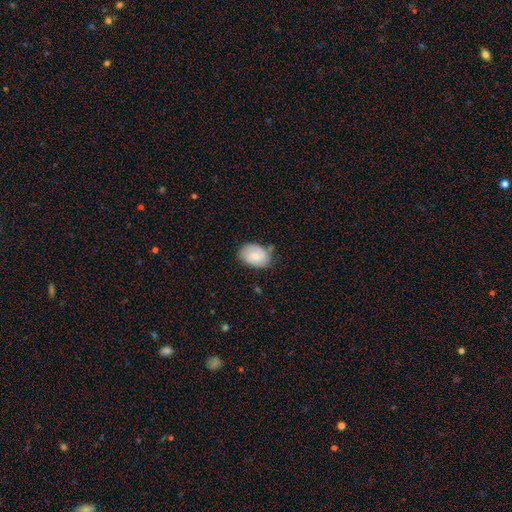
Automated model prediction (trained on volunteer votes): Overall: smooth (64%; featured or disk 30%). How rounded: in between (81%). Merging: none (69%).